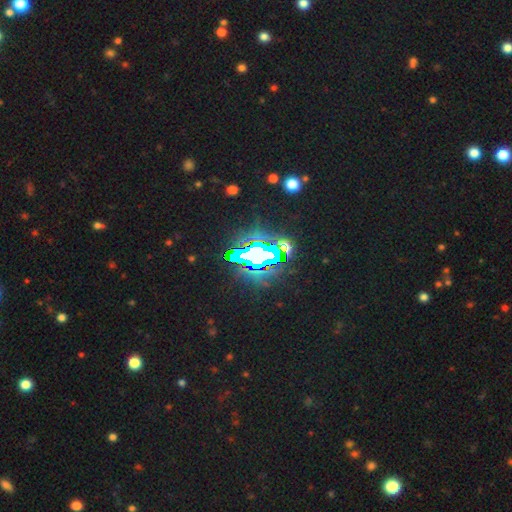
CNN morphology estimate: Smooth or featured? Predicted: star or artifact (p=0.71).